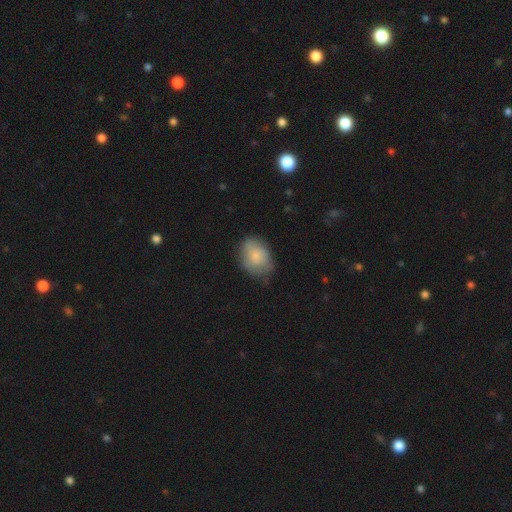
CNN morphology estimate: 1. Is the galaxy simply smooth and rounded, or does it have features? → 75% smooth, 18% featured or disk, 7% star or artifact.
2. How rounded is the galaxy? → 66% in between, 33% round, 1% cigar-shaped.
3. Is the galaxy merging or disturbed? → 61% none, 30% minor disturbance, 8% major disturbance, 2% merger.